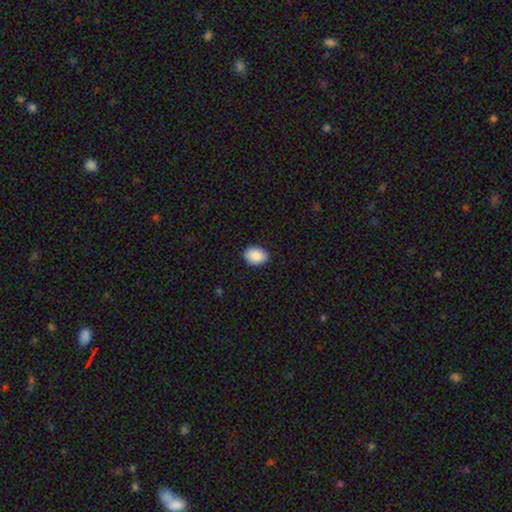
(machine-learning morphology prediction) Smooth or featured? Predicted: smooth (p=0.90). How rounded? Predicted: in between (p=0.69). Merging? Predicted: none (p=0.87).